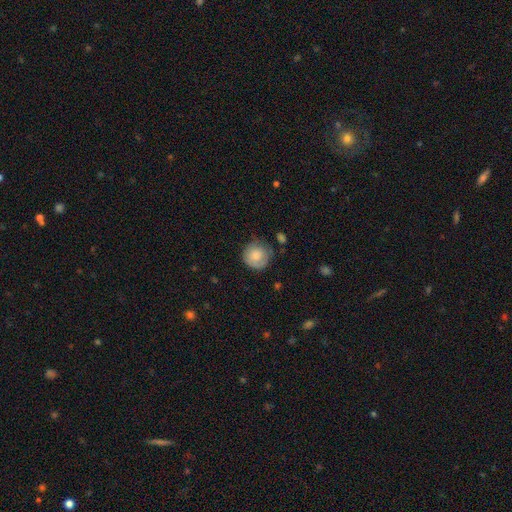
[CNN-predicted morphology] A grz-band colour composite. It shows a smooth galaxy with no disk features (76%) that is round (91%). Merging: none (69%).